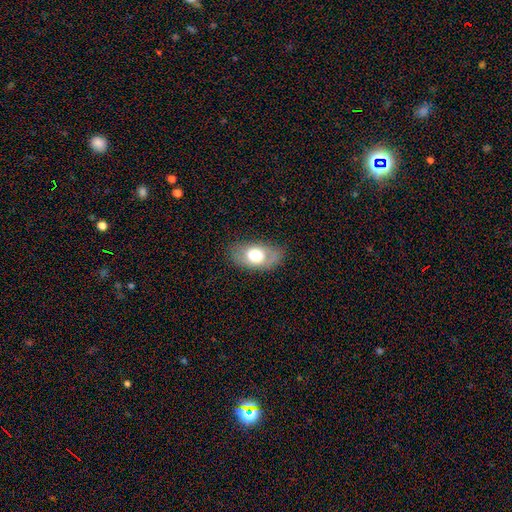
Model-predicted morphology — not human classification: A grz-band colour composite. It shows a smooth galaxy with no disk features (61%) that is in between round and cigar-shaped (91%). Merging: none (79%).